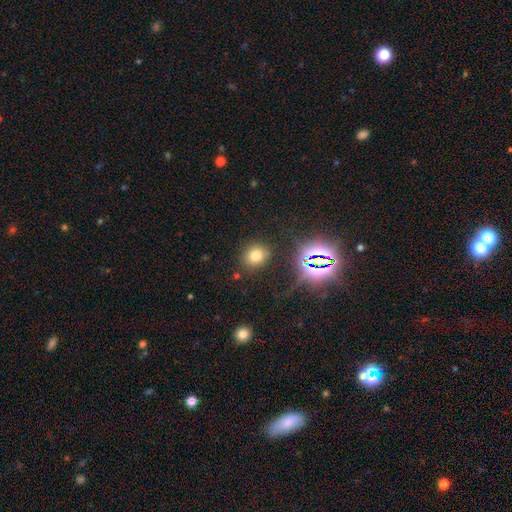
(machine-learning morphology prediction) Overall: smooth (71%). How rounded: round (76%). Merging: none (82%).